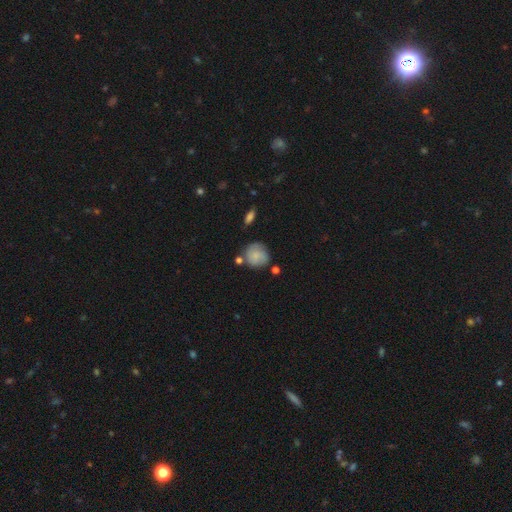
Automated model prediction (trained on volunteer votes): A smooth galaxy with no disk features (69%) that is round (85%).

Vote fractions:
- Smooth or featured? smooth: 69% / featured or disk: 23% / star or artifact: 8%
- How rounded? round: 85% / in between: 14% / cigar-shaped: 1%
- Merging? none: 66% / minor disturbance: 21% / merger: 8% / major disturbance: 6%